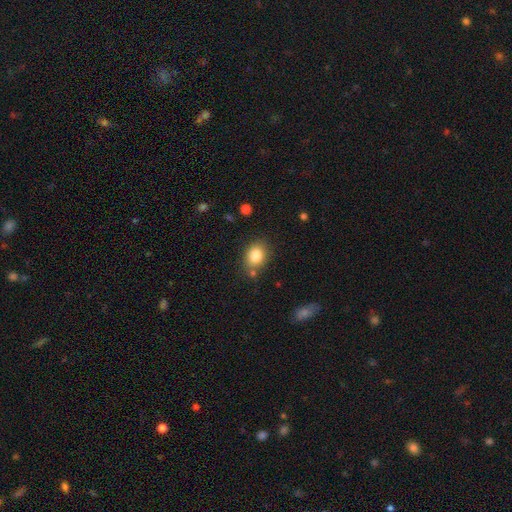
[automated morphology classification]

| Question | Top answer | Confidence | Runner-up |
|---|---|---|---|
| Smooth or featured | smooth | 83% | star or artifact (9%) |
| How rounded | in between | 60% | round (39%) |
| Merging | none | 77% | minor disturbance (14%) |